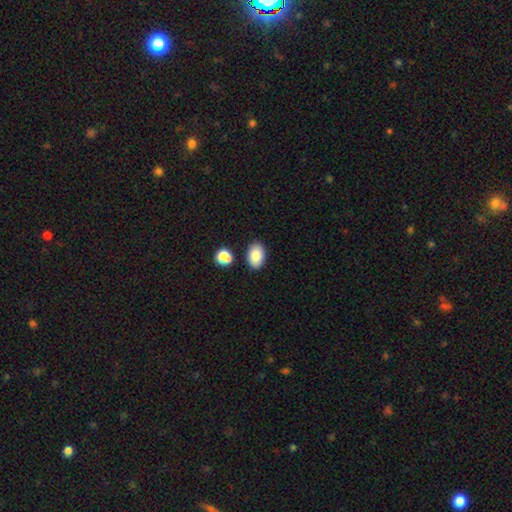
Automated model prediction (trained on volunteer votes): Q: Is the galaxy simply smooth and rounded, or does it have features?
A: smooth — 88%.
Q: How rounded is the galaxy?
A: in between — 89%.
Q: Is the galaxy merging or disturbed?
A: none — 84%.